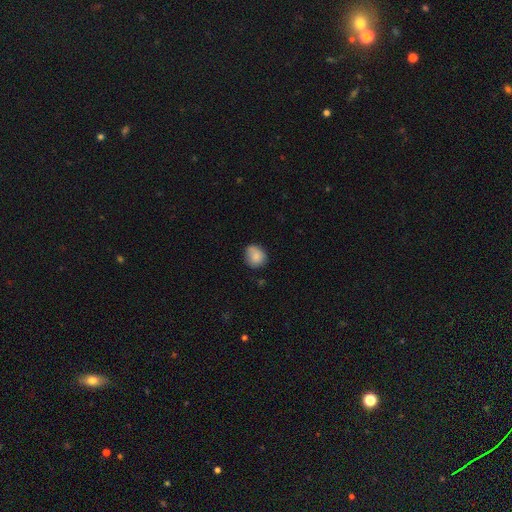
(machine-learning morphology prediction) The model was most divided on "merging": none: 66%, minor disturbance: 25%, major disturbance: 5%, merger: 4%. More confident: smooth or featured — smooth (82%); how rounded — round (74%).